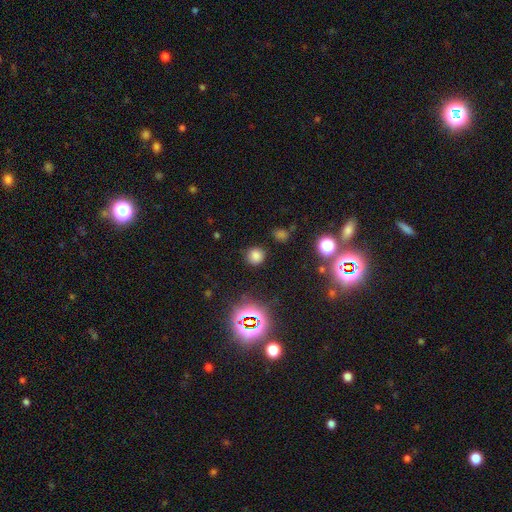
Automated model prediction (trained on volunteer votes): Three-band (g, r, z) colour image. It shows a smooth galaxy with no disk features (73%) that is round (89%). Merging: none (86%).